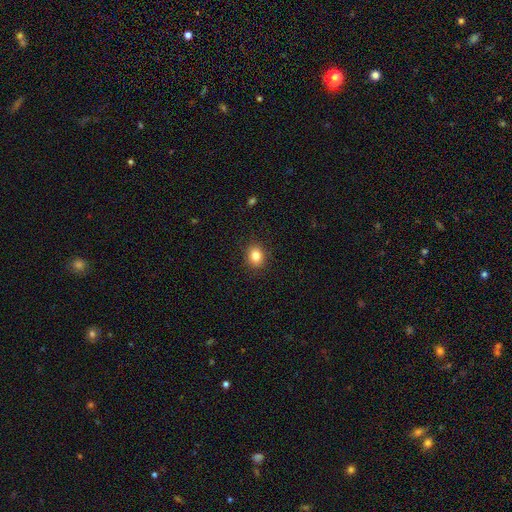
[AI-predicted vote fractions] smooth 83%, star or artifact 10%, featured or disk 6%. Down the decision tree: how rounded — round (59%); merging — none (89%).